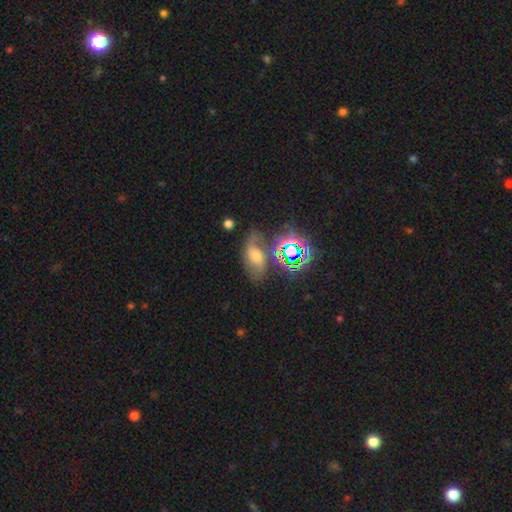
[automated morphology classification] Smooth or featured? featured or disk (38%)
Merging? none (60%)